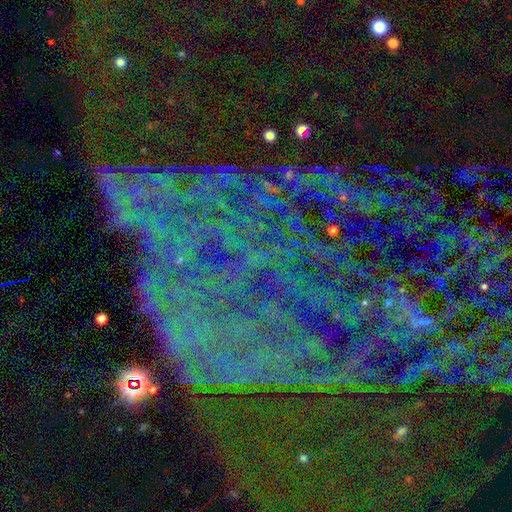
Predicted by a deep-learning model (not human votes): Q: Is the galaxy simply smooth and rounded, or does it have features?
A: star or artifact — 81%.